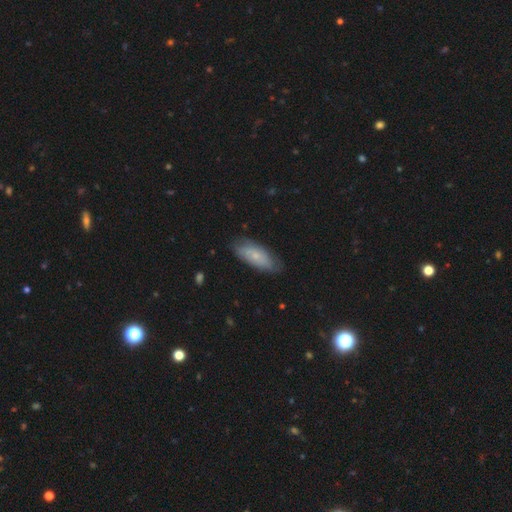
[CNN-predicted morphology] The model was most divided on "smooth or featured": smooth: 60%, featured or disk: 34%, star or artifact: 6%. More confident: how rounded — in between (78%); merging — none (75%).